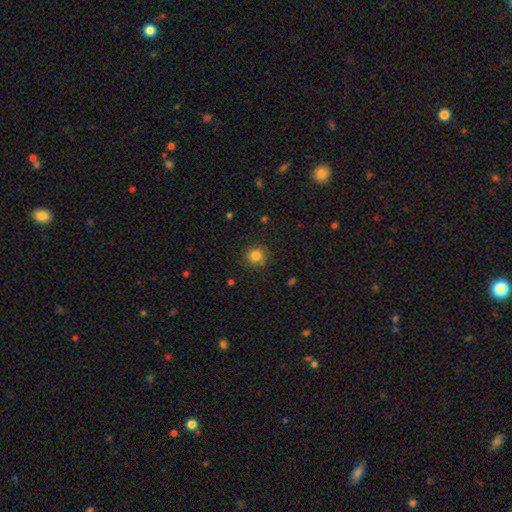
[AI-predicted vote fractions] smooth_or_featured: smooth (p=0.82) [alt: star or artifact p=0.12]
how_rounded: round (p=0.90) [alt: in between p=0.09]
merging: none (p=0.84) [alt: minor disturbance p=0.11]